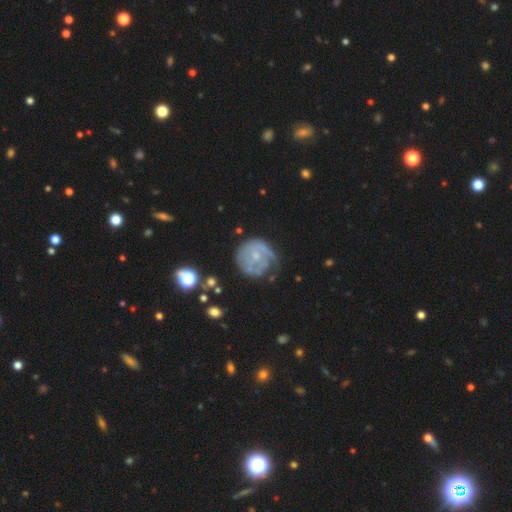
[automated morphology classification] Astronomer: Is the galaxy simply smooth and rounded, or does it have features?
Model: featured or disk — 67%.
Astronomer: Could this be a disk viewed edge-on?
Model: no — 98%.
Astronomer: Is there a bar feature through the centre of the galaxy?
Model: no — 73%.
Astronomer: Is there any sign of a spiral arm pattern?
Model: yes — 71%.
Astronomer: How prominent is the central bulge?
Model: small — 61%.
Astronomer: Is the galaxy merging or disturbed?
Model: none — 52%.